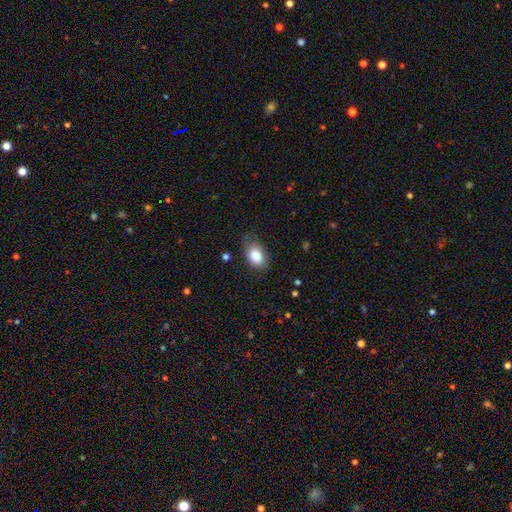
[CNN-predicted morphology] Overall: smooth (85%). How rounded: in between (86%). Merging: none (69%).